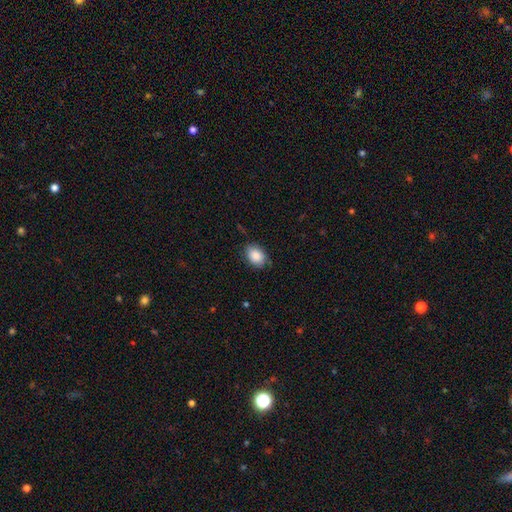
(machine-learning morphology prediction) This appears to be a smooth galaxy with no disk features (86%) that is in between round and cigar-shaped (76%). Merging: none (75%).